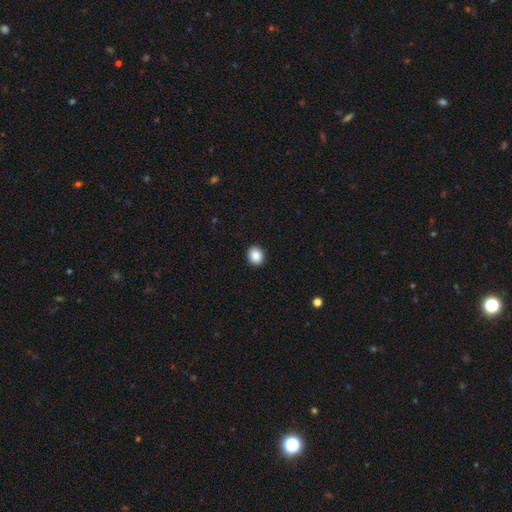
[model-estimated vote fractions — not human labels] The model was most divided on "how rounded": round: 75%, in between: 25%, cigar-shaped: 1%. More confident: merging — none (93%); smooth or featured — smooth (87%).